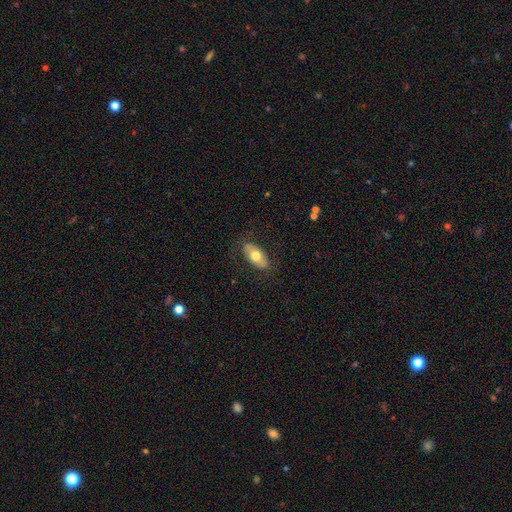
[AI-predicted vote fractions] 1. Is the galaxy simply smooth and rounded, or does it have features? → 64% smooth, 30% featured or disk, 6% star or artifact.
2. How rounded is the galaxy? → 89% in between, 7% cigar-shaped, 4% round.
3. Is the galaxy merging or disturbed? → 80% none, 13% minor disturbance, 5% major disturbance, 1% merger.